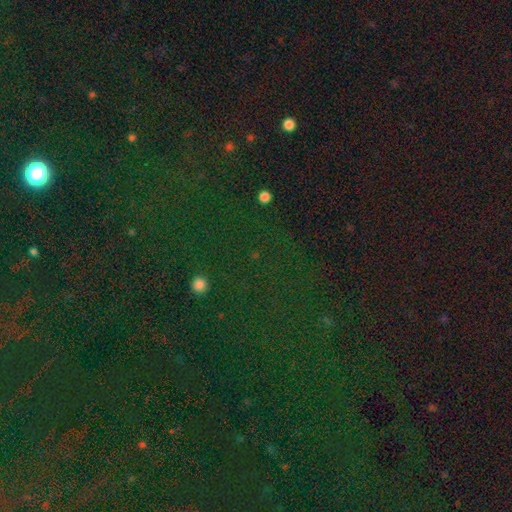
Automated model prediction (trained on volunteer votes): This is clearly a star or artifact rather than a galaxy (80%).